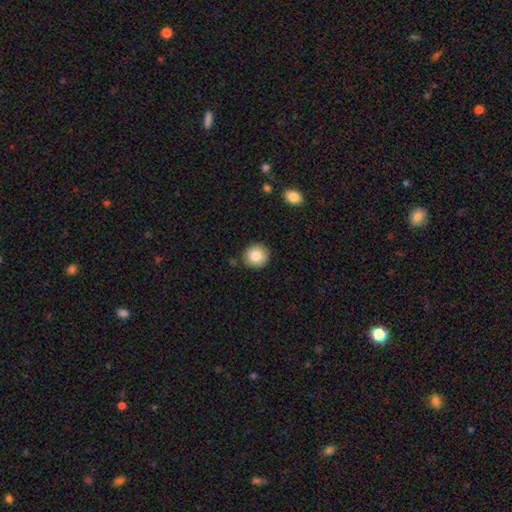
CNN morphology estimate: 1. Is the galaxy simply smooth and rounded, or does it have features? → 86% smooth, 9% star or artifact, 6% featured or disk.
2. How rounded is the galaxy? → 93% round, 6% in between, 1% cigar-shaped.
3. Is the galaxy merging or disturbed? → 88% none, 8% minor disturbance, 2% major disturbance, 2% merger.